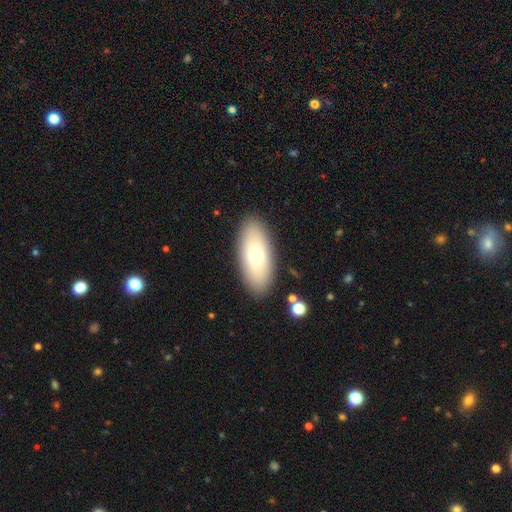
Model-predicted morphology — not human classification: This is likely a smooth galaxy (70%). How rounded: clearly in between (85%). Merging: clearly none (88%).